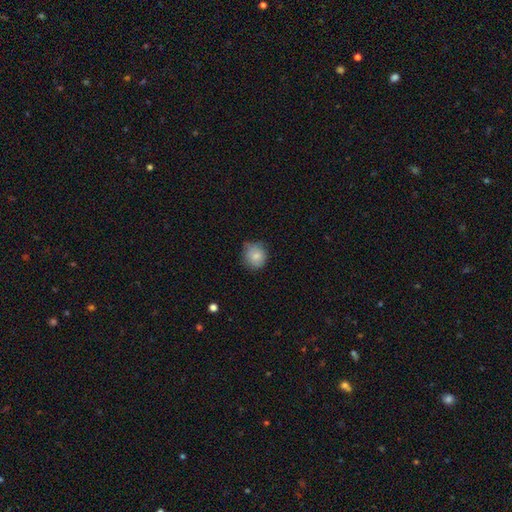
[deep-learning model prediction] Smooth or featured: smooth — 81% (featured or disk — 10%)
How rounded: round — 83% (in between — 16%)
Merging: none — 66% (minor disturbance — 27%)